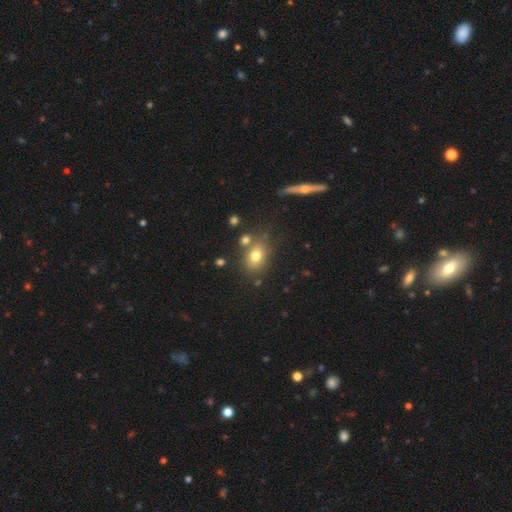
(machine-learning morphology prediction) Smooth or featured? Predicted: smooth (p=0.76). How rounded? Predicted: in between (p=0.66). Merging? Predicted: none (p=0.69).